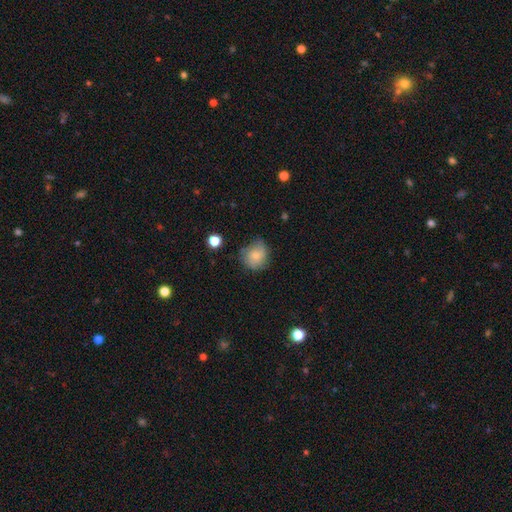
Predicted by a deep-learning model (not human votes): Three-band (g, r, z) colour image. It shows a smooth galaxy with no disk features (68%) that is round (78%). Merging: none (61%).